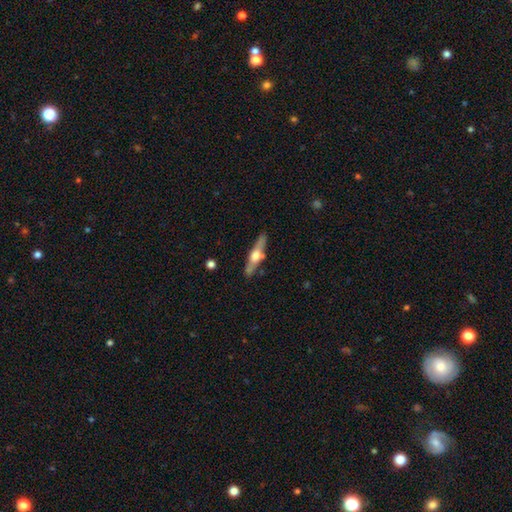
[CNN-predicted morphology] This appears to be a featured or disk galaxy (58%) viewed edge-on (92%) with a rounded central bulge (91%). Merging: none (82%).